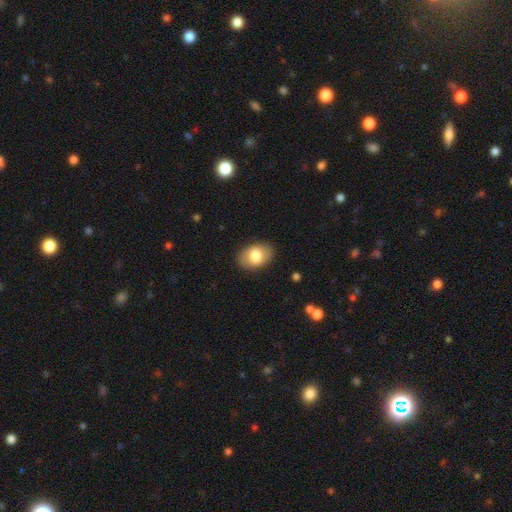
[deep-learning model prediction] smooth 78%, featured or disk 15%, star or artifact 7%. Down the decision tree: how rounded — in between (85%); merging — none (86%).